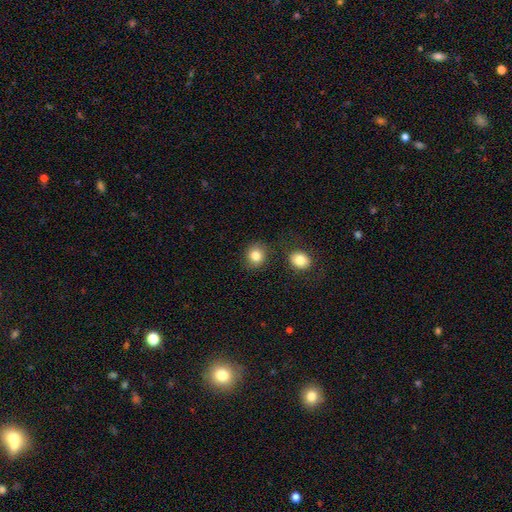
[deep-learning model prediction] smooth_or_featured: smooth (p=0.83) [alt: star or artifact p=0.10]
how_rounded: round (p=0.80) [alt: in between p=0.19]
merging: none (p=0.81) [alt: minor disturbance p=0.10]